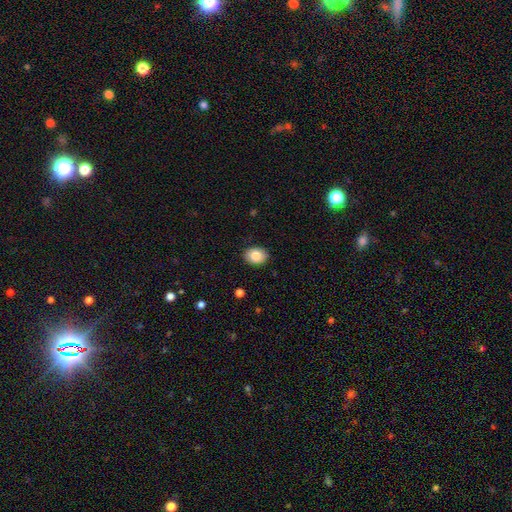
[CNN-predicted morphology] Smooth or featured? smooth (87%)
How rounded? in between (62%)
Merging? none (88%)